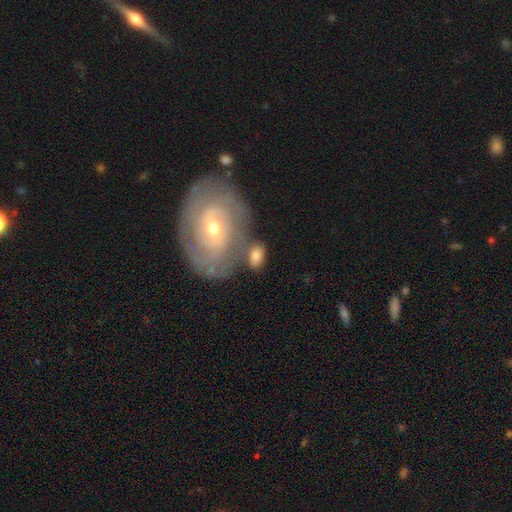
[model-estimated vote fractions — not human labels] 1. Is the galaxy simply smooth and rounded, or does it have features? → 65% smooth, 28% featured or disk, 7% star or artifact.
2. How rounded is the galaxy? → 88% in between, 9% round, 3% cigar-shaped.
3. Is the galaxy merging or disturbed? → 50% none, 25% merger, 17% minor disturbance, 8% major disturbance.